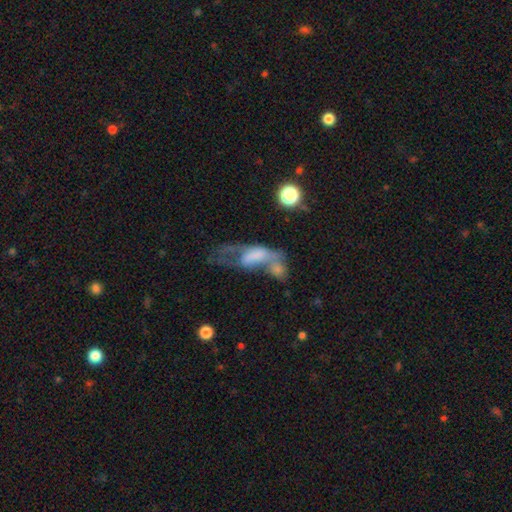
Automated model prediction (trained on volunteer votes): A smooth galaxy with no disk features (47%).

Vote fractions:
- Smooth or featured? smooth: 47% / featured or disk: 40% / star or artifact: 12%
- Merging? merger: 43% / major disturbance: 34% / none: 13% / minor disturbance: 10%